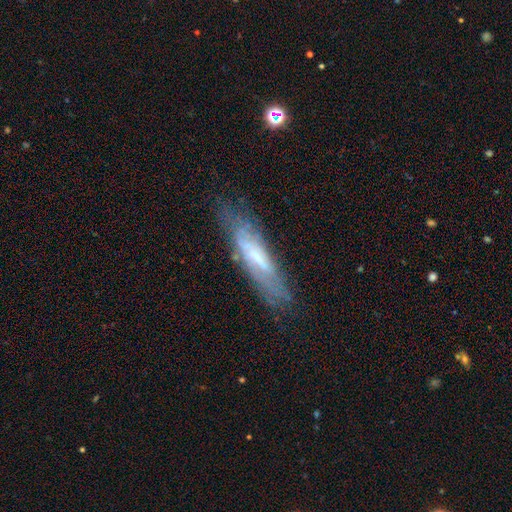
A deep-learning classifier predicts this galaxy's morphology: A featured or disk galaxy (60%) viewed edge-on (50%, tied with no). Merging: none (72%).